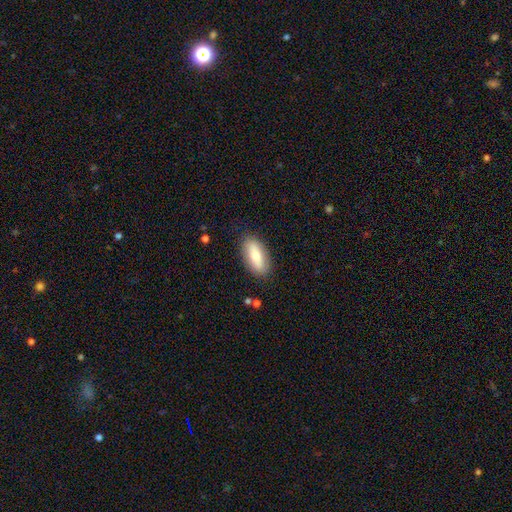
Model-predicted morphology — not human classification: This is likely a smooth galaxy (71%). How rounded: clearly in between (83%). Merging: clearly none (85%).